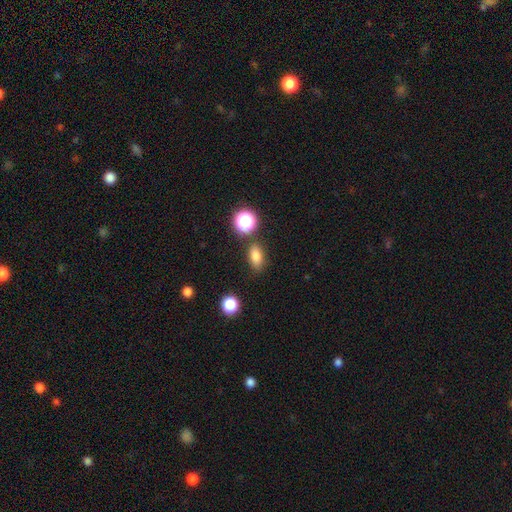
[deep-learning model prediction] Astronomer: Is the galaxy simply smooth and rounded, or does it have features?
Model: smooth — 80%.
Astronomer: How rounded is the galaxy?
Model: in between — 79%.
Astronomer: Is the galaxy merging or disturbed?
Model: none — 81%.